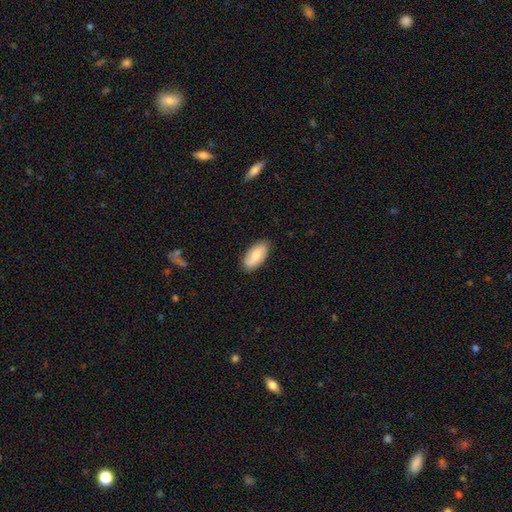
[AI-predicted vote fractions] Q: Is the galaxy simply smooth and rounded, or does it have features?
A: smooth — 72%.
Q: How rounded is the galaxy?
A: in between — 93%.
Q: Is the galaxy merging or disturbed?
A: none — 83%.